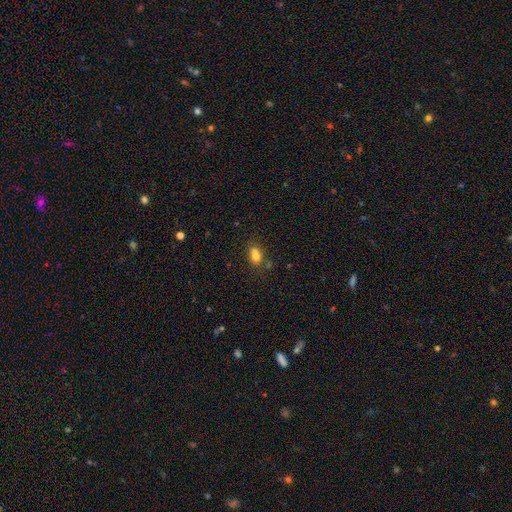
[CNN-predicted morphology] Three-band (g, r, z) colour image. It shows a smooth galaxy with no disk features (70%) that is in between round and cigar-shaped (51%). Merging: merger (44%).